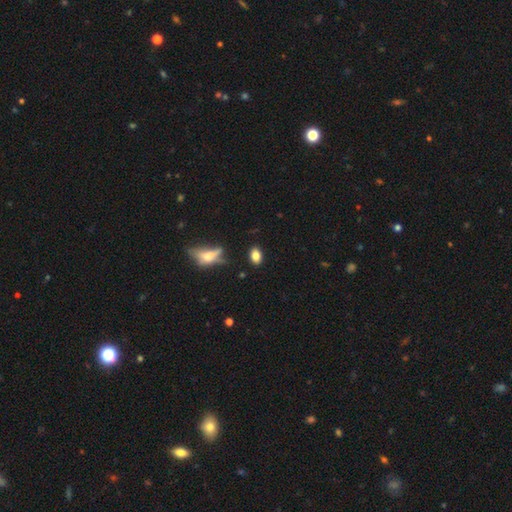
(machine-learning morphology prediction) Smooth or featured? smooth (81%)
How rounded? in between (81%)
Merging? none (82%)